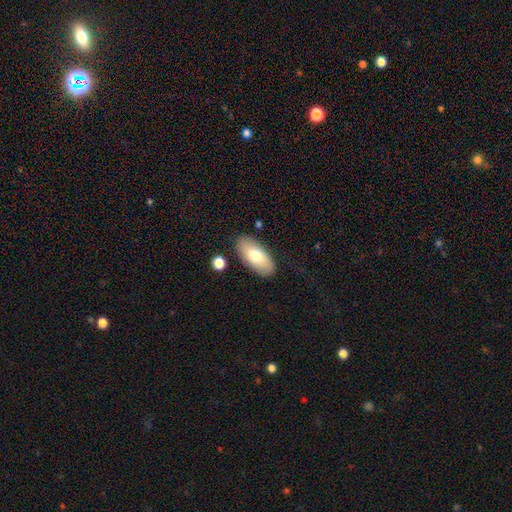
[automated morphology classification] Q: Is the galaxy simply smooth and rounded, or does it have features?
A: smooth — 74%.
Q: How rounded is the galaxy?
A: in between — 92%.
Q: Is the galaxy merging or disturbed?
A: none — 84%.